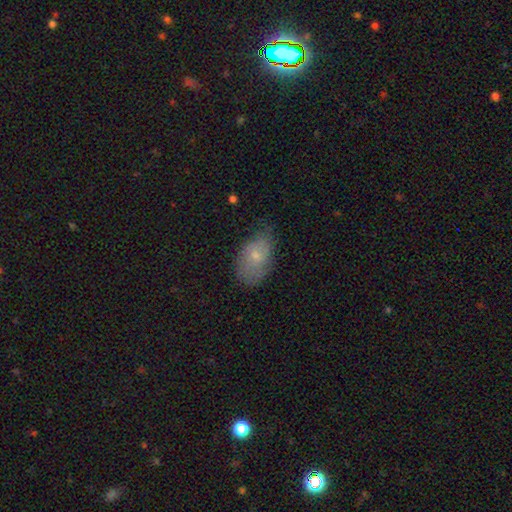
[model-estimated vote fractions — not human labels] Smooth or featured? smooth (68%)
How rounded? in between (90%)
Merging? none (53%)